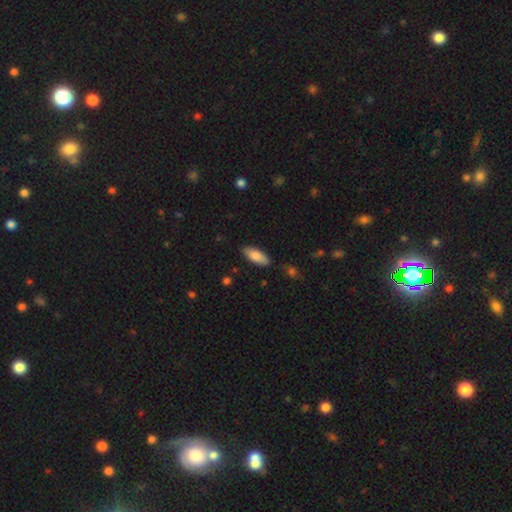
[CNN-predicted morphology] Smooth or featured: smooth — 81% (featured or disk — 13%)
How rounded: in between — 82% (cigar-shaped — 16%)
Merging: none — 84% (minor disturbance — 12%)